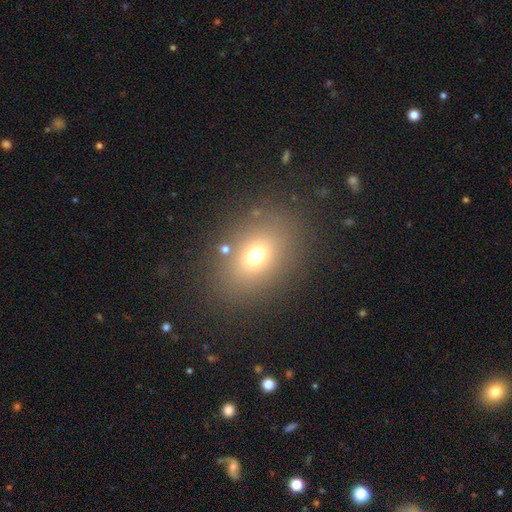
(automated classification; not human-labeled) Q: Smooth or featured?
A: smooth (68%); runner-up: star or artifact (19%)
Q: How rounded?
A: in between (60%); runner-up: round (39%)
Q: Merging?
A: none (82%); runner-up: minor disturbance (9%)